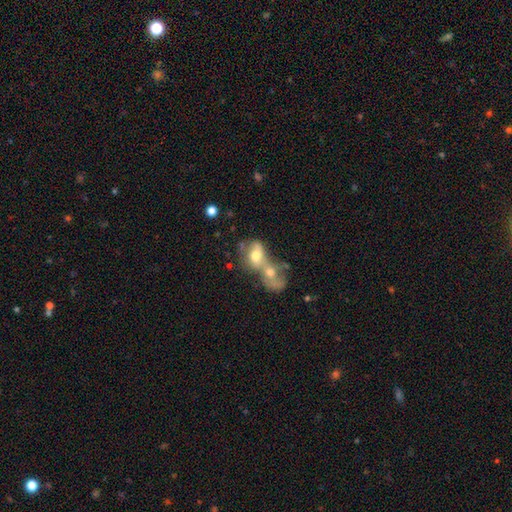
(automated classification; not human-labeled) Smooth or featured? Predicted: smooth (p=0.59). How rounded? Predicted: in between (p=0.64). Merging? Predicted: merger (p=0.80).